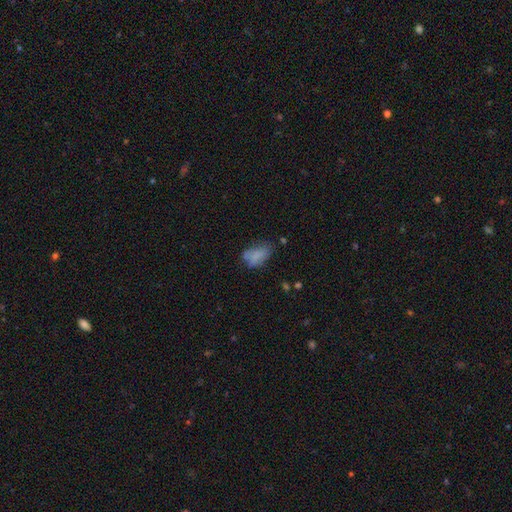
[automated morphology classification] Smooth or featured? Predicted: smooth (p=0.72). How rounded? Predicted: in between (p=0.89). Merging? Predicted: none (p=0.46).